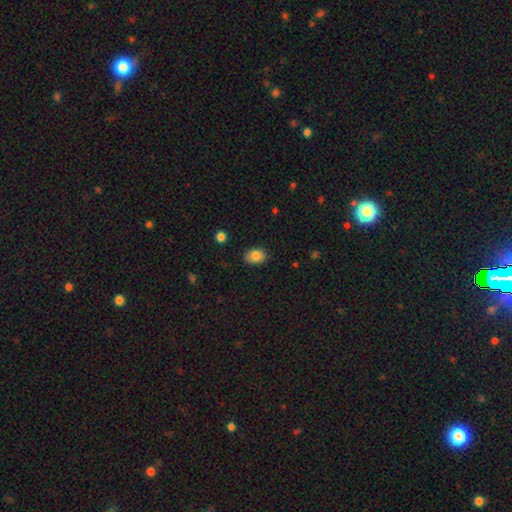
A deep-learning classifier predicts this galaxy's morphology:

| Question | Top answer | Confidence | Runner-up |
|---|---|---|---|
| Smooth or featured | smooth | 85% | star or artifact (8%) |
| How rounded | in between | 77% | round (22%) |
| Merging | none | 85% | minor disturbance (11%) |